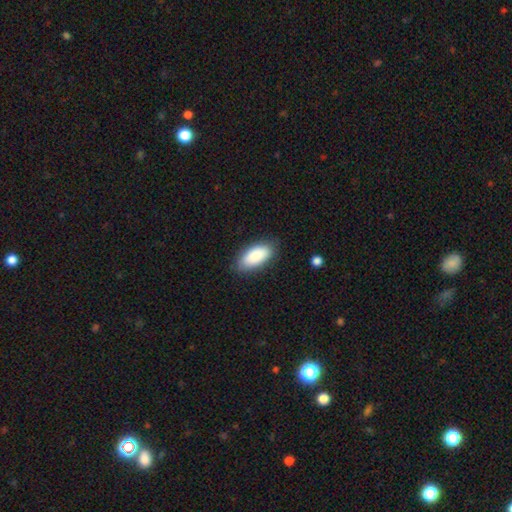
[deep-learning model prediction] Morphology: type=smooth (88%); roundness=in between (90%); merging=none (84%).